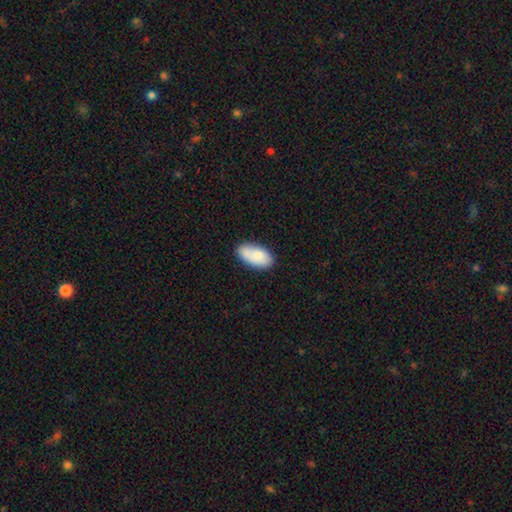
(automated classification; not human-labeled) A smooth galaxy with no disk features (83%) that is in between round and cigar-shaped (93%).

Vote fractions:
- Smooth or featured? smooth: 83% / featured or disk: 11% / star or artifact: 6%
- How rounded? in between: 93% / cigar-shaped: 4% / round: 3%
- Merging? none: 73% / minor disturbance: 19% / merger: 4% / major disturbance: 4%